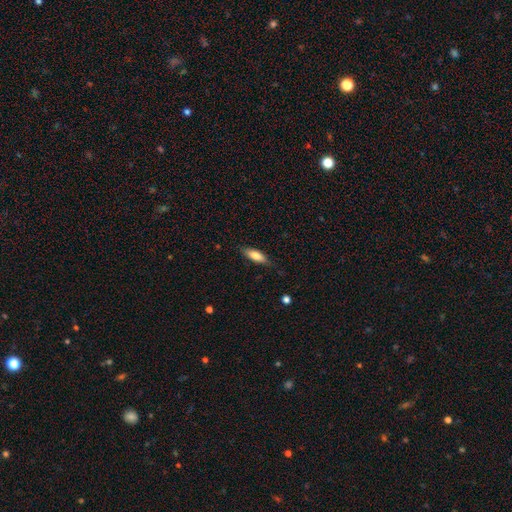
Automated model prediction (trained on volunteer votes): smooth_or_featured: smooth (p=0.76) [alt: featured or disk p=0.17]
how_rounded: in between (p=0.56) [alt: cigar-shaped p=0.42]
merging: none (p=0.78) [alt: minor disturbance p=0.17]